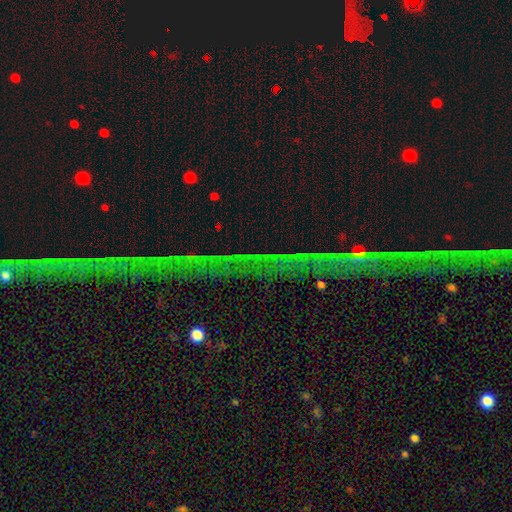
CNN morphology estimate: A star or artifact, not a galaxy (75%).

Vote fractions:
- Smooth or featured? star or artifact: 75% / featured or disk: 14% / smooth: 11%